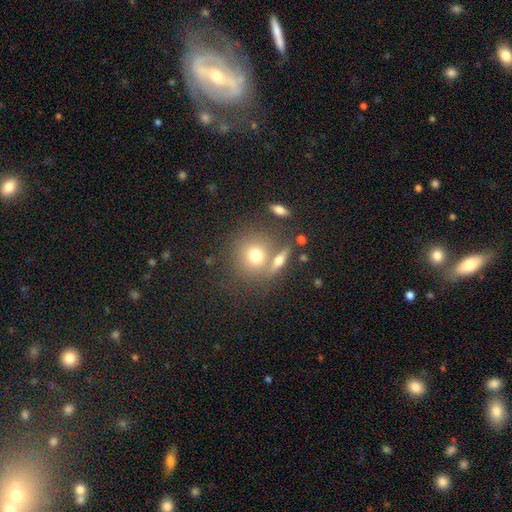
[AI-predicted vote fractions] smooth-or-featured: smooth: 69% | featured or disk: 19% | star or artifact: 12%
  how-rounded: round: 84% | in between: 14% | cigar-shaped: 2%
  merging: none: 60% | merger: 25% | minor disturbance: 10% | major disturbance: 5%